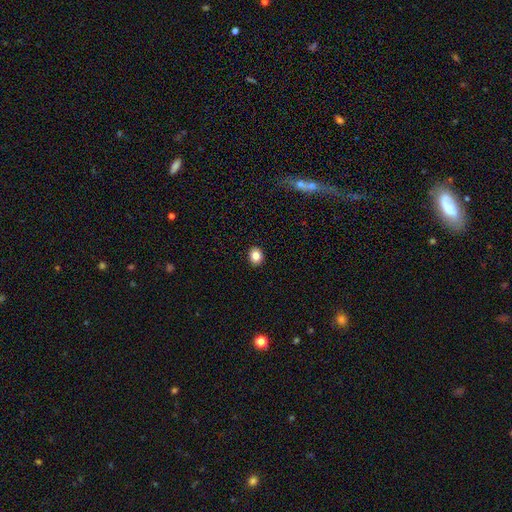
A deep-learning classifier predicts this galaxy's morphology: smooth-or-featured: smooth: 84% | star or artifact: 10% | featured or disk: 6%
  how-rounded: round: 59% | in between: 40% | cigar-shaped: 1%
  merging: none: 92% | minor disturbance: 6% | major disturbance: 2% | merger: 1%